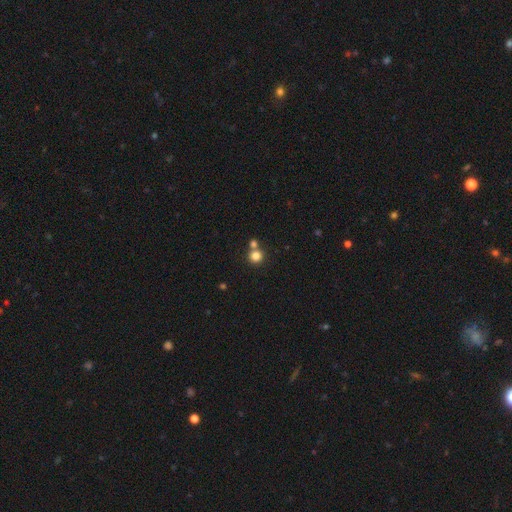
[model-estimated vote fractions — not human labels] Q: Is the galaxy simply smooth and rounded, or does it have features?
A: smooth — 81%.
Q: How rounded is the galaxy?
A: round — 91%.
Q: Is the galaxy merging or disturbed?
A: none — 63%.